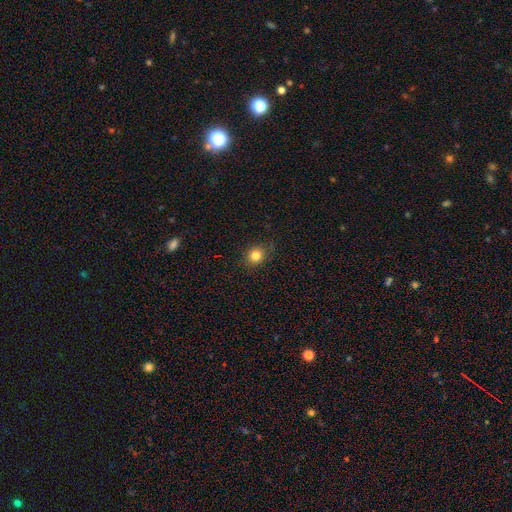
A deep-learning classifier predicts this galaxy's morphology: The model was most divided on "how rounded": round: 77%, in between: 22%, cigar-shaped: 1%. More confident: merging — none (85%); smooth or featured — smooth (81%).